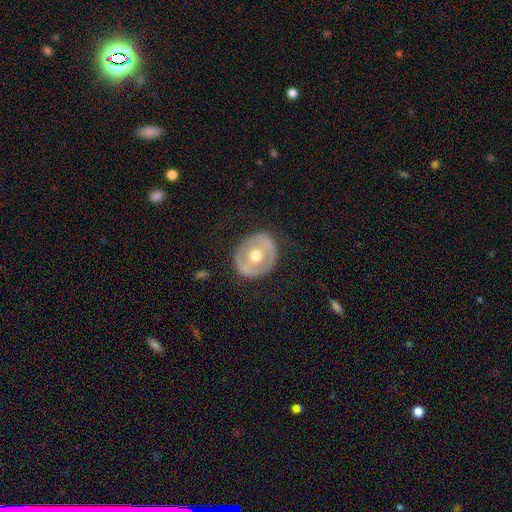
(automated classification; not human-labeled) Morphology: type=featured or disk (54%); edge-on=no (94%); bar=no (77%); spiral arms=no (89%); bulge=moderate (78%); merging=none (84%).